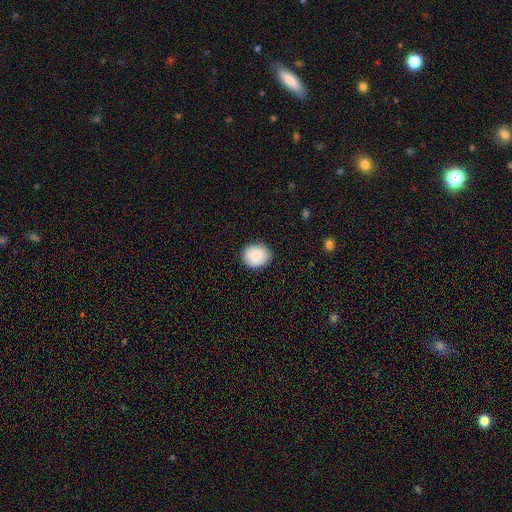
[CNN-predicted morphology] Smooth or featured? Predicted: smooth (p=0.87). How rounded? Predicted: round (p=0.72). Merging? Predicted: none (p=0.89).